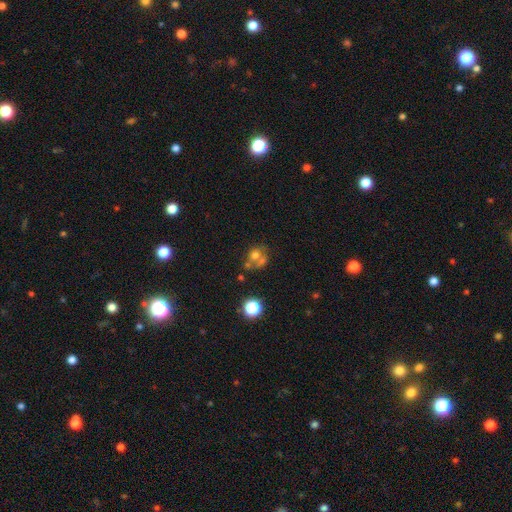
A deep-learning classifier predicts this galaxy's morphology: Smooth or featured? smooth (56%)
How rounded? round (70%)
Merging? merger (47%)